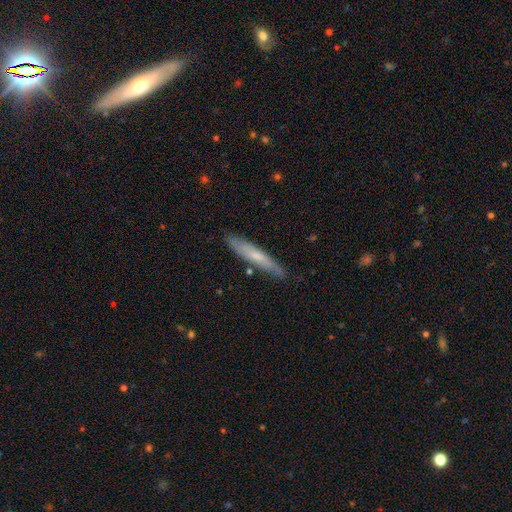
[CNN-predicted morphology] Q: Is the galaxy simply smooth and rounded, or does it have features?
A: smooth — 53%.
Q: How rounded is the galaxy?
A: cigar-shaped — 91%.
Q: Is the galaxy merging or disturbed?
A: none — 81%.